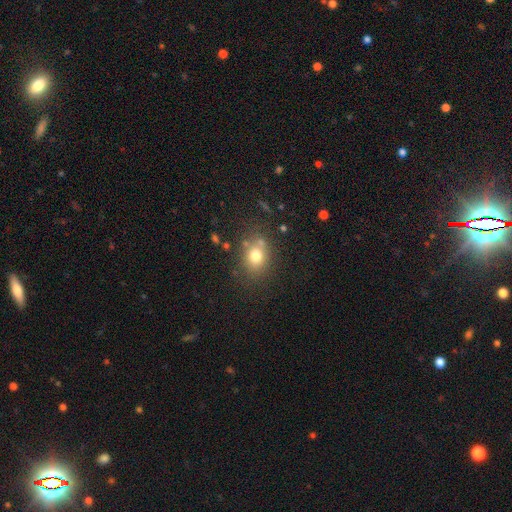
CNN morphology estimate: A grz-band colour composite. It shows a smooth galaxy with no disk features (75%) that is round (56%). Merging: none (71%).